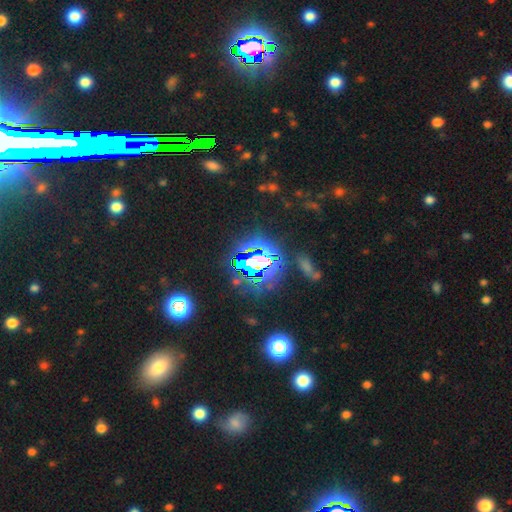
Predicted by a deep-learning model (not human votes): Morphology: type=star or artifact (77%).